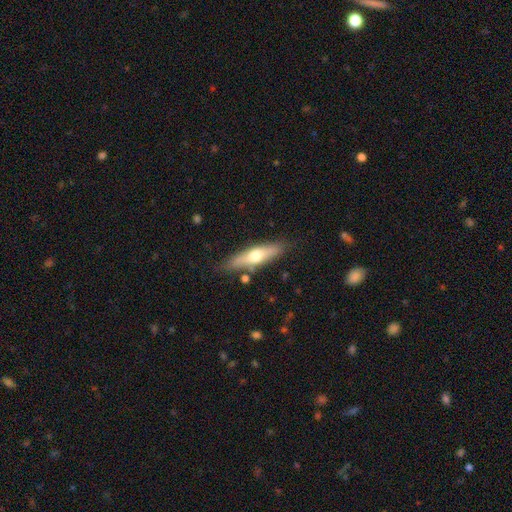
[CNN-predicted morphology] Smooth or featured? Predicted: smooth (p=0.49). Merging? Predicted: none (p=0.80).